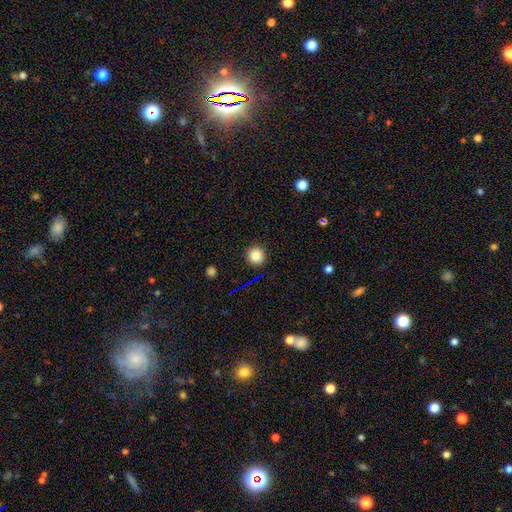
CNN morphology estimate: Smooth or featured? smooth (84%)
How rounded? round (95%)
Merging? none (91%)